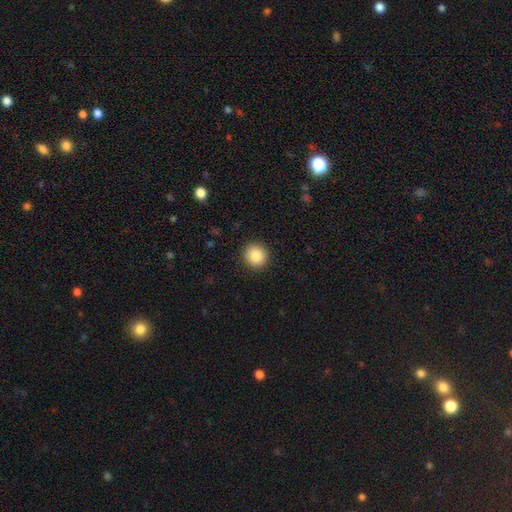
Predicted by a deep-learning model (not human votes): Smooth or featured?
  - smooth: 86% *
  - star or artifact: 9%
  - featured or disk: 5%
How rounded?
  - round: 92% *
  - in between: 7%
  - cigar-shaped: 1%
Merging?
  - none: 92% *
  - minor disturbance: 5%
  - major disturbance: 2%
  - merger: 1%